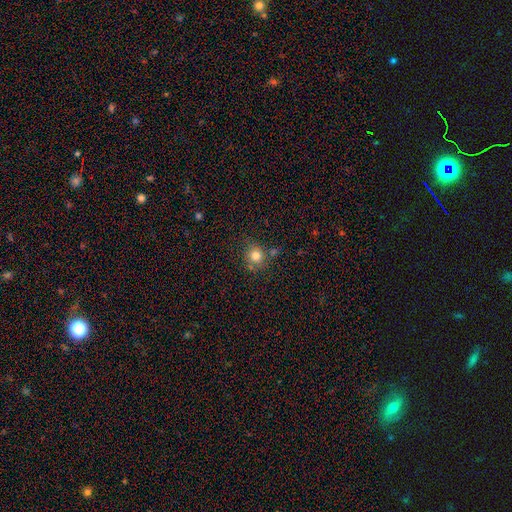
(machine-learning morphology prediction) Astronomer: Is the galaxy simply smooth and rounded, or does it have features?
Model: smooth — 79%.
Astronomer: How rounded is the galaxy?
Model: round — 89%.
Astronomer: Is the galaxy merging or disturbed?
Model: none — 73%.